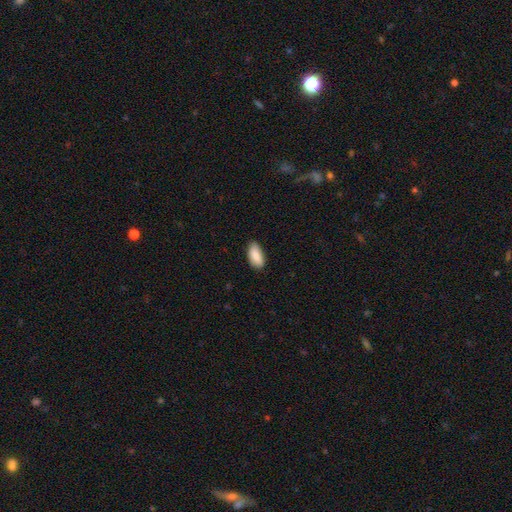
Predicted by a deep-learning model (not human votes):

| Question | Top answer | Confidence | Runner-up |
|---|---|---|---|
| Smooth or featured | smooth | 87% | featured or disk (7%) |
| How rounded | in between | 90% | cigar-shaped (8%) |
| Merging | none | 82% | minor disturbance (15%) |